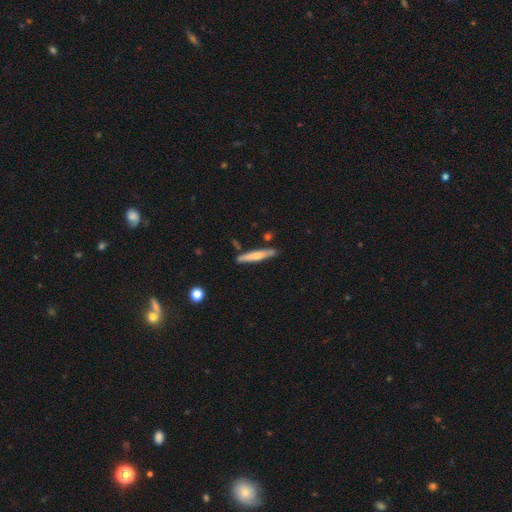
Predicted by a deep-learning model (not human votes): Q: Smooth or featured?
A: smooth (56%); runner-up: featured or disk (39%)
Q: How rounded?
A: cigar-shaped (92%); runner-up: in between (7%)
Q: Merging?
A: none (83%); runner-up: minor disturbance (11%)